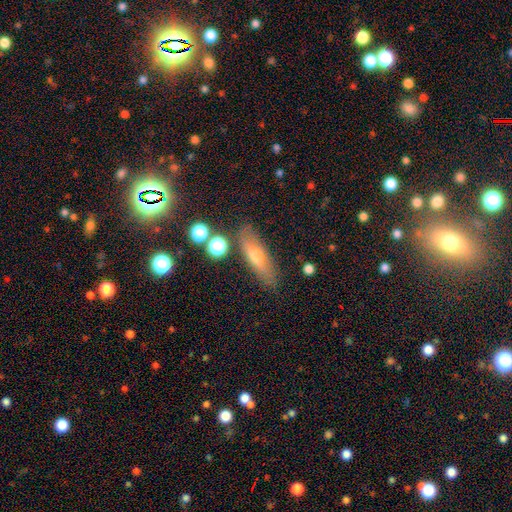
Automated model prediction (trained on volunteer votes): Smooth or featured? smooth (48%)
Merging? none (81%)